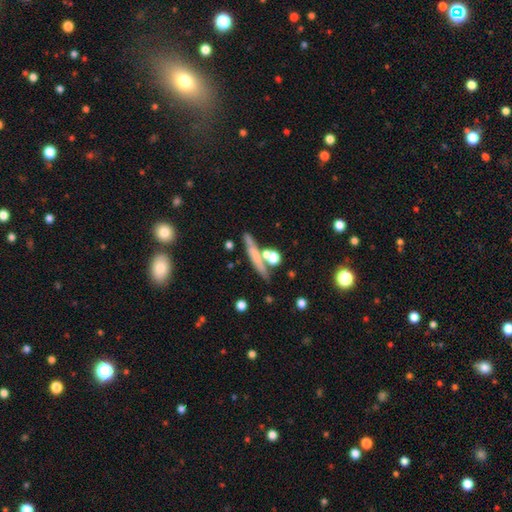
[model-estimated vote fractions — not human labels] Smooth or featured? smooth (53%)
How rounded? cigar-shaped (82%)
Merging? none (68%)